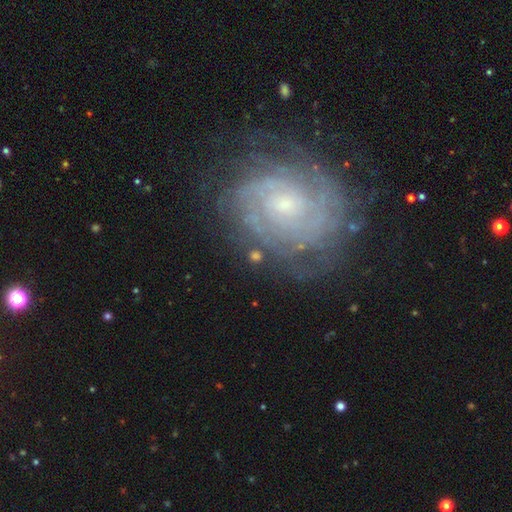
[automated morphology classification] The model was most divided on "spiral arm count": can't tell: 41%, 2: 16%, 3: 12%, more than 4: 12%, 4: 12%, 1: 7%. More confident: edge-on disk — no (96%); spiral arms — yes (89%); smooth or featured — featured or disk (75%); spiral winding — tight (75%); merging — none (74%); bar — no (72%); bulge size — small (61%).